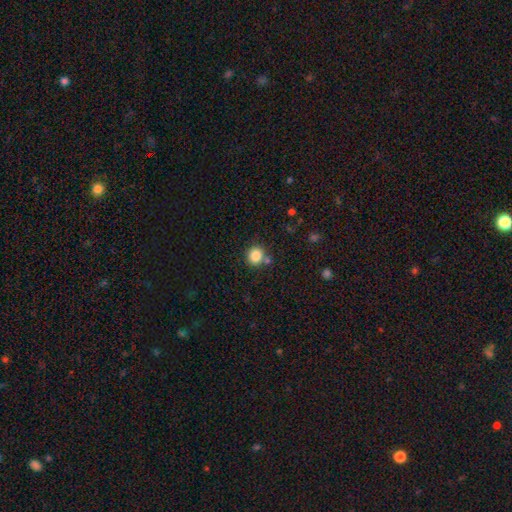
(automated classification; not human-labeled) Q: Smooth or featured?
A: smooth (85%); runner-up: star or artifact (10%)
Q: How rounded?
A: round (83%); runner-up: in between (16%)
Q: Merging?
A: none (74%); runner-up: merger (13%)